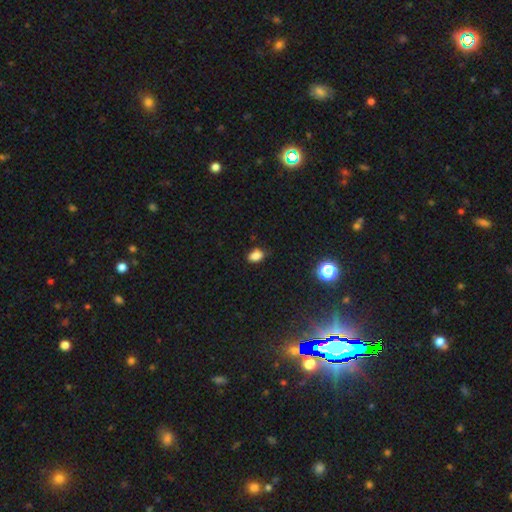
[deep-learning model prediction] smooth_or_featured: smooth (p=0.82) [alt: star or artifact p=0.13]
how_rounded: in between (p=0.77) [alt: round p=0.22]
merging: none (p=0.75) [alt: minor disturbance p=0.19]